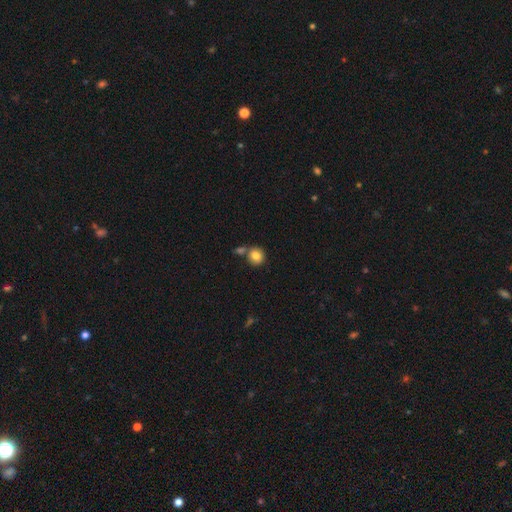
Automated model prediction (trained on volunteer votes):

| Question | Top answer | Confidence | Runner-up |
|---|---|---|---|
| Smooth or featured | smooth | 83% | star or artifact (9%) |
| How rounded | round | 86% | in between (13%) |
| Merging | none | 64% | merger (23%) |